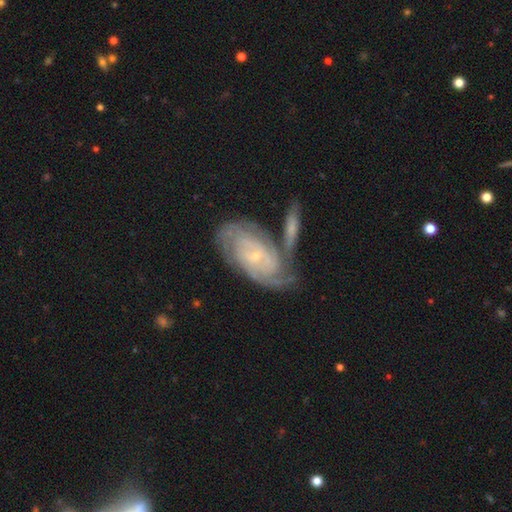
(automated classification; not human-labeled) Smooth or featured? featured or disk (86%)
Edge-on disk? no (95%)
Bar? no (60%)
Spiral arms? yes (96%)
Spiral winding? tight (70%)
Spiral arm count? 2 (36%)
Bulge size? small (81%)
Merging? none (51%)